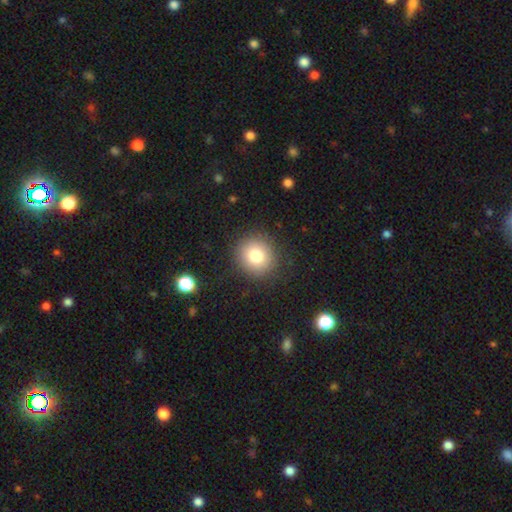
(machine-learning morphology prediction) smooth_or_featured: smooth (p=0.79) [alt: star or artifact p=0.11]
how_rounded: round (p=0.90) [alt: in between p=0.09]
merging: none (p=0.89) [alt: minor disturbance p=0.07]